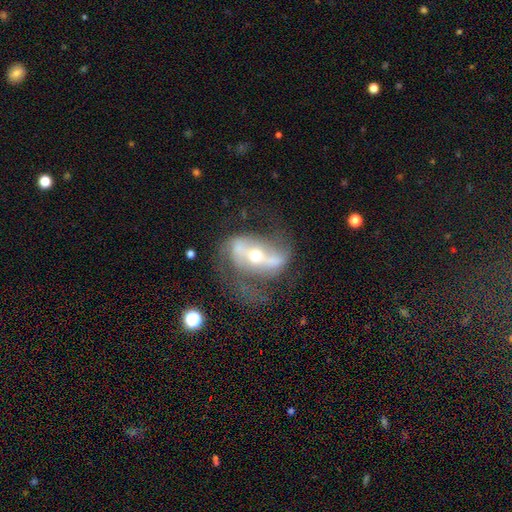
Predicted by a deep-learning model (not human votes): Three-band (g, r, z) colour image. It shows a featured or disk galaxy (80%) with a strong bar (65%), 2 (85%) loose (57%) spiral arms (72%) and a moderate central bulge (55%). Merging: none (49%).